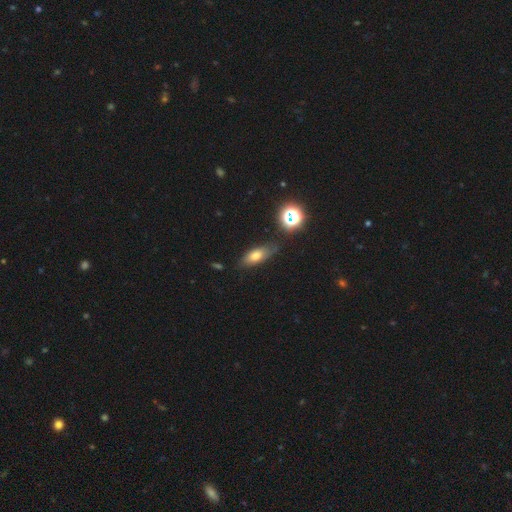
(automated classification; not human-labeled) Morphology: type=smooth (69%); roundness=in between (77%); merging=none (67%).